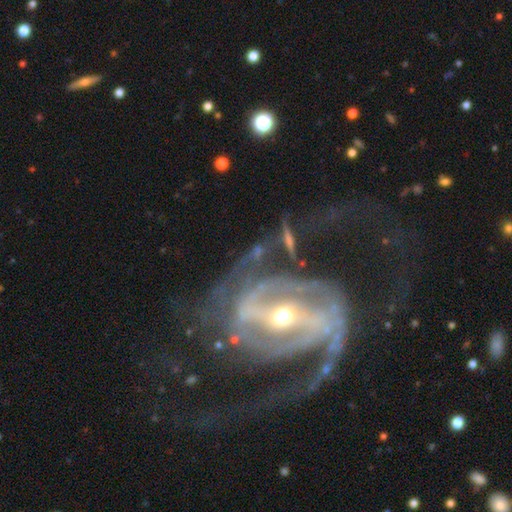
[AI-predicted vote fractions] The model was most divided on "spiral winding": medium: 45%, tight: 34%, loose: 21%. More confident: edge-on disk — no (96%); spiral arms — yes (93%); smooth or featured — featured or disk (90%); spiral arm count — 2 (68%); bar — strong (67%); bulge size — moderate (56%); merging — none (53%).